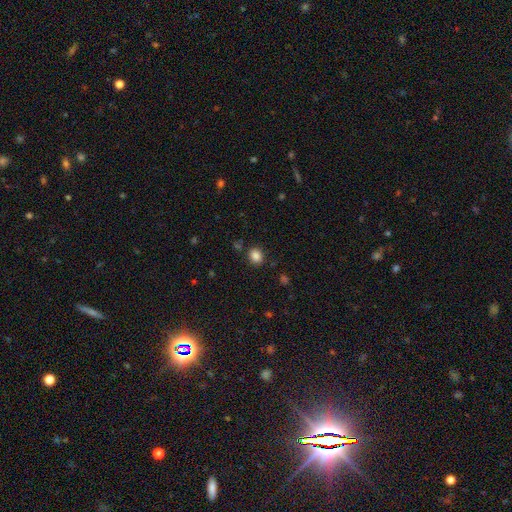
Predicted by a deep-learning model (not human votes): Smooth or featured?
  - smooth: 85% *
  - star or artifact: 11%
  - featured or disk: 4%
How rounded?
  - round: 65% *
  - in between: 34%
  - cigar-shaped: 1%
Merging?
  - none: 85% *
  - minor disturbance: 9%
  - major disturbance: 3%
  - merger: 3%